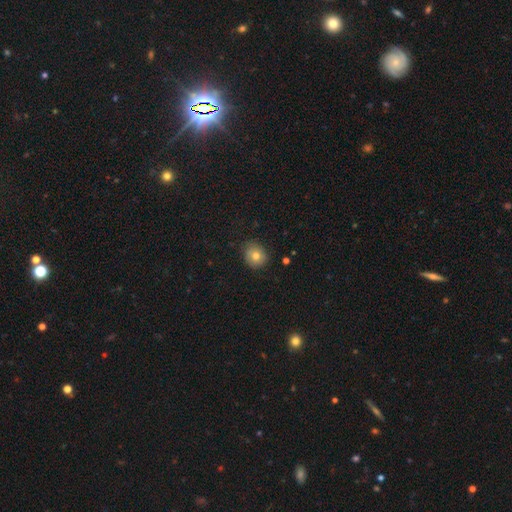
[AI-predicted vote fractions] Morphology: type=smooth (77%); roundness=round (76%); merging=none (79%).